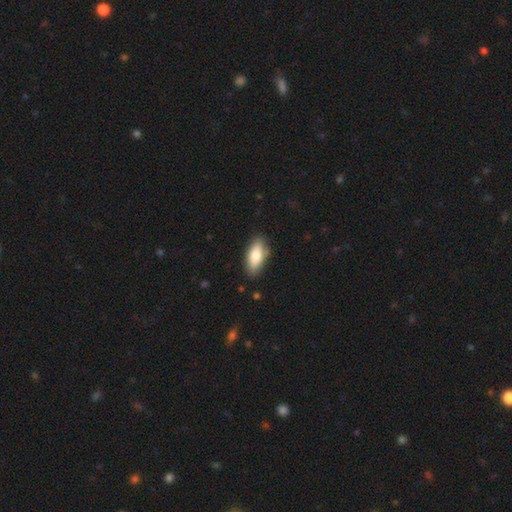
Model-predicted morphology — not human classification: A smooth galaxy with no disk features (80%) that is in between round and cigar-shaped (85%).

Vote fractions:
- Smooth or featured? smooth: 80% / featured or disk: 14% / star or artifact: 6%
- How rounded? in between: 85% / cigar-shaped: 13% / round: 2%
- Merging? none: 82% / minor disturbance: 14% / major disturbance: 2% / merger: 2%